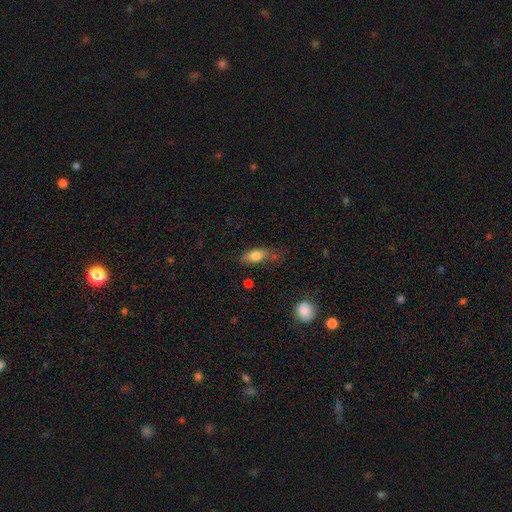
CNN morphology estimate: smooth 73%, featured or disk 18%, star or artifact 8%. Down the decision tree: how rounded — in between (74%); merging — none (51%).